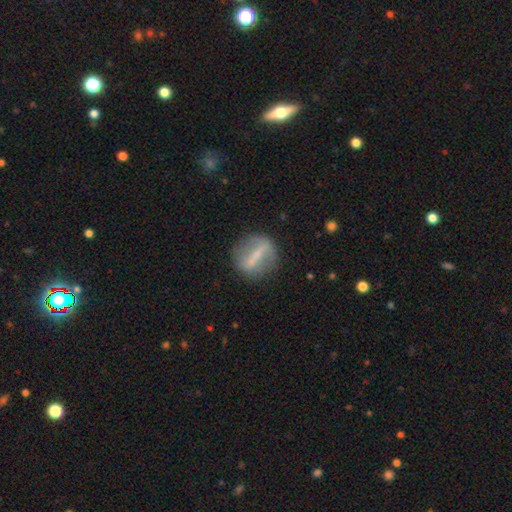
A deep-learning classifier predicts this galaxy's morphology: This is possibly a featured or disk galaxy (59%). It is clearly not viewed edge-on (81%). Merging: clearly none (81%).